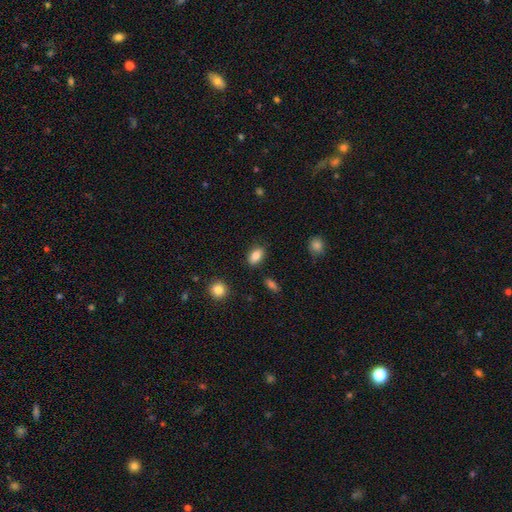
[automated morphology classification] smooth 84%, star or artifact 9%, featured or disk 7%. Down the decision tree: how rounded — in between (87%); merging — none (85%).